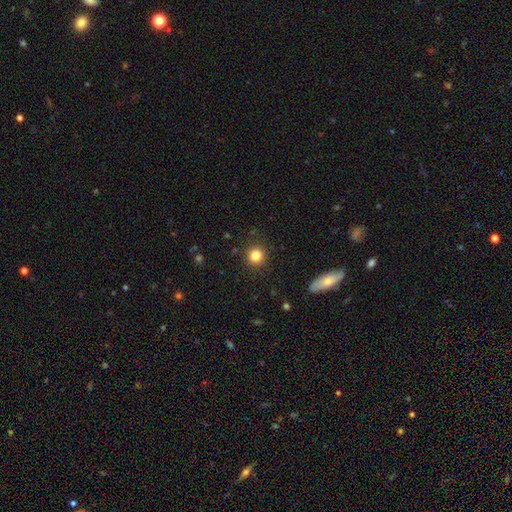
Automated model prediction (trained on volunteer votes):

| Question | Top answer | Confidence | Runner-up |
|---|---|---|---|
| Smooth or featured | smooth | 84% | star or artifact (11%) |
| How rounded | round | 92% | in between (7%) |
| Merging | none | 91% | minor disturbance (6%) |